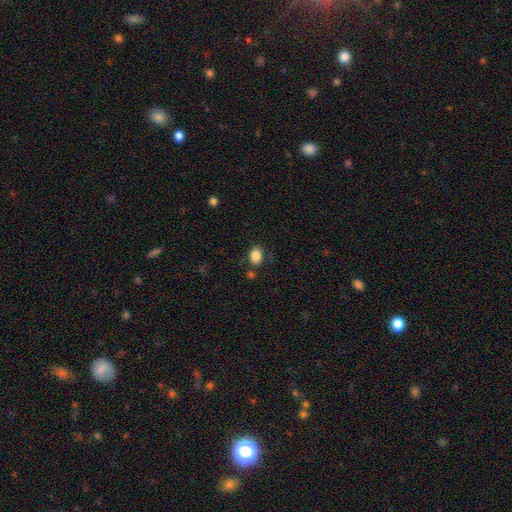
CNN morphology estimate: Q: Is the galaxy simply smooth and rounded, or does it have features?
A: smooth — 87%.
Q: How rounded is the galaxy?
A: in between — 76%.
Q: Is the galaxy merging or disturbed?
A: none — 77%.